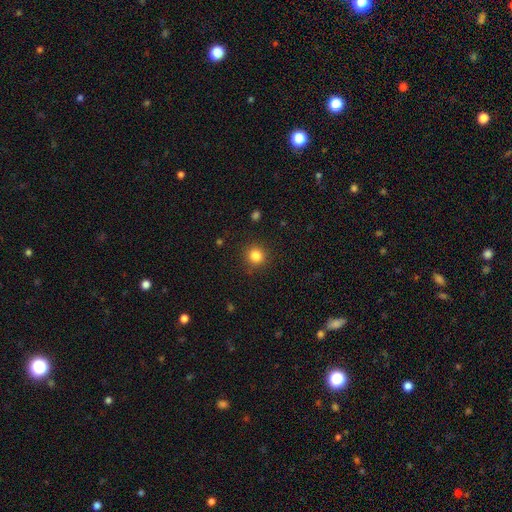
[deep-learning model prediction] smooth 84%, star or artifact 12%, featured or disk 5%. Down the decision tree: how rounded — round (93%); merging — none (90%).